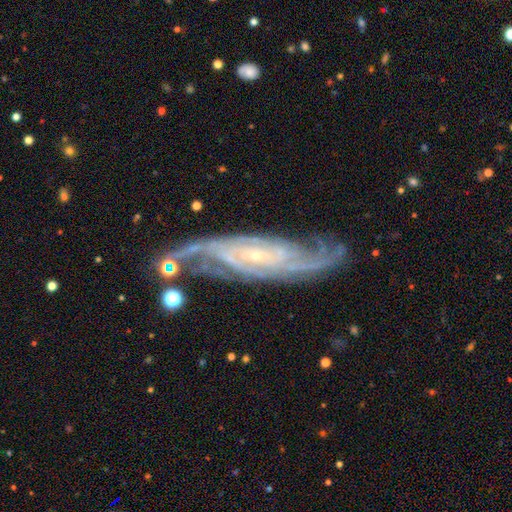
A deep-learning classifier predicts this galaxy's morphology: Smooth or featured?
  - featured or disk: 90% *
  - star or artifact: 6%
  - smooth: 4%
Edge-on disk?
  - no: 89% *
  - yes: 11%
Bar?
  - no: 44% *
  - weak: 36%
  - strong: 20%
Spiral arms?
  - yes: 98% *
  - no: 2%
Spiral winding?
  - tight: 47% *
  - medium: 42%
  - loose: 11%
Spiral arm count?
  - 2: 48% *
  - 3: 17%
  - can't tell: 14%
  - 4: 9%
  - more than 4: 6%
  - 1: 5%
Bulge size?
  - small: 84% *
  - moderate: 11%
  - none: 3%
  - large: 1%
  - dominant: 1%
Merging?
  - none: 73% *
  - minor disturbance: 16%
  - major disturbance: 6%
  - merger: 4%